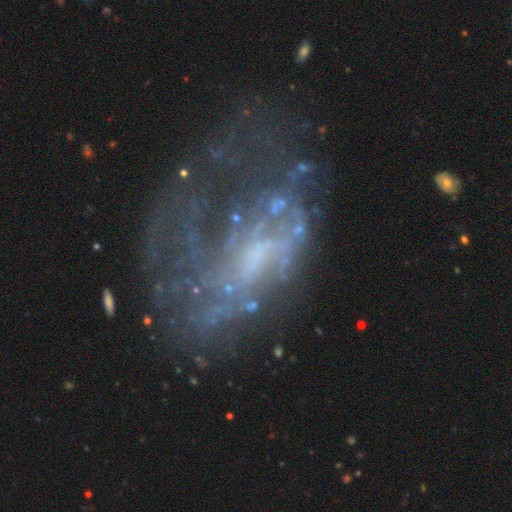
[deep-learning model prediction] A featured or disk galaxy (71%) with no bar (61%), no spiral arms (51%) and no central bulge (43%).

Vote fractions:
- Smooth or featured? featured or disk: 71% / star or artifact: 16% / smooth: 13%
- Edge-on disk? no: 96% / yes: 4%
- Bar? no: 61% / weak: 31% / strong: 8%
- Spiral arms? no: 51% / yes: 49%
- Bulge size? none: 43% / small: 32% / moderate: 20% / large: 3% / dominant: 1%
- Merging? major disturbance: 43% / none: 35% / minor disturbance: 17% / merger: 6%